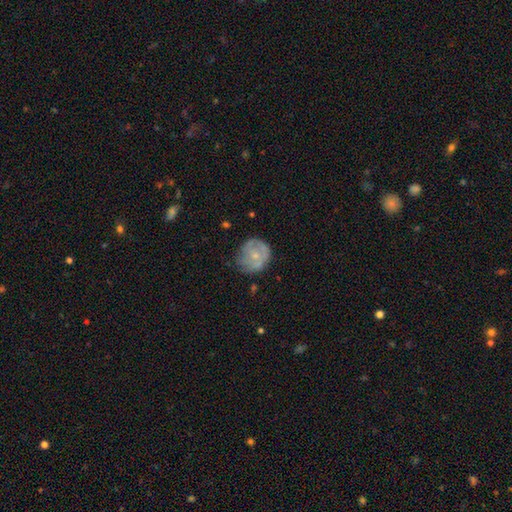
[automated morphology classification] The model was most divided on "smooth or featured": smooth: 48%, featured or disk: 45%, star or artifact: 7%. More confident: merging — none (56%).